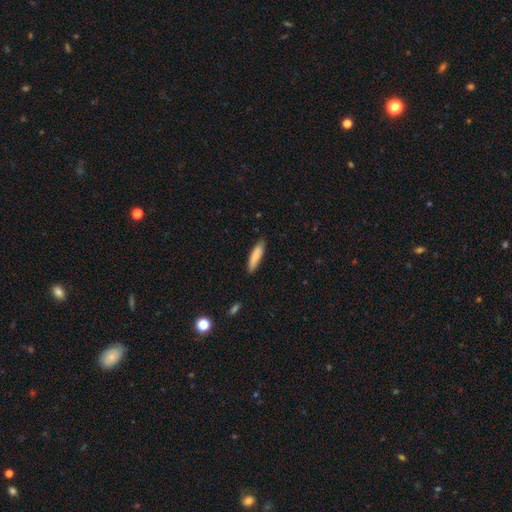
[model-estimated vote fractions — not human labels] smooth 85%, featured or disk 9%, star or artifact 6%. Down the decision tree: how rounded — cigar-shaped (78%); merging — none (86%).